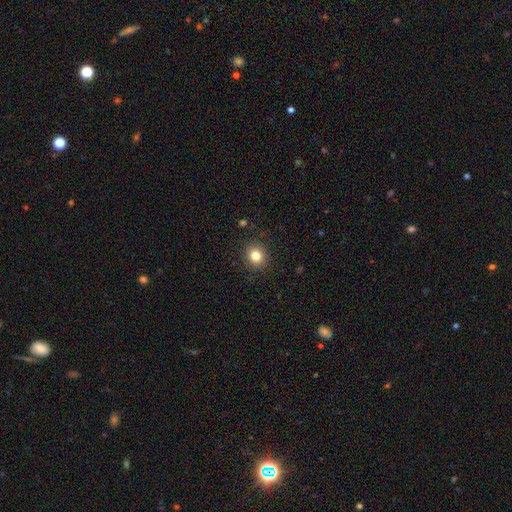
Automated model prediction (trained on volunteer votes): A smooth galaxy with no disk features (82%) that is round (77%). Merging: none (90%).